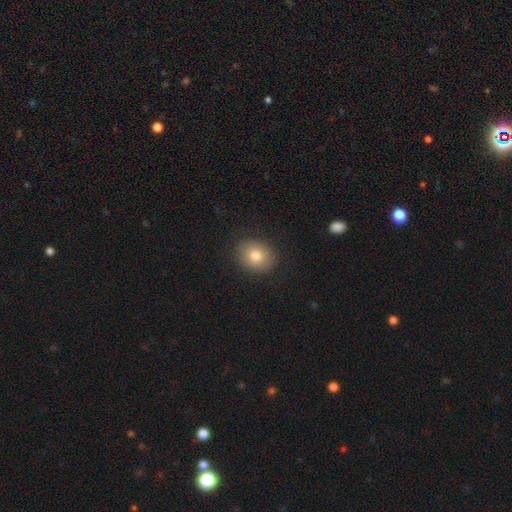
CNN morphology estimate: Smooth or featured?
  - smooth: 79% *
  - featured or disk: 11%
  - star or artifact: 10%
How rounded?
  - round: 51% *
  - in between: 49%
  - cigar-shaped: 1%
Merging?
  - none: 87% *
  - minor disturbance: 9%
  - major disturbance: 3%
  - merger: 1%